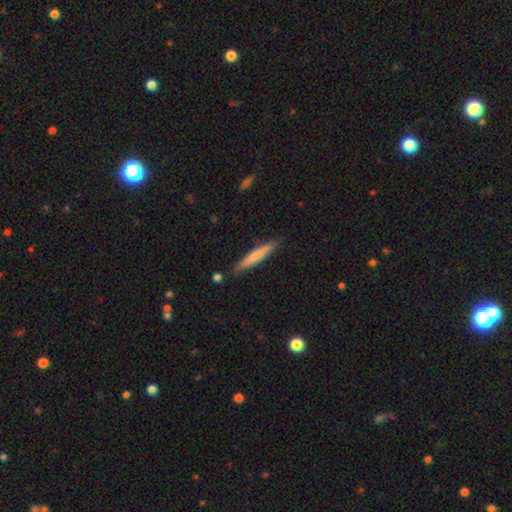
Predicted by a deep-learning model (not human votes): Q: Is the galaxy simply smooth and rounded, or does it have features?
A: smooth — 64%.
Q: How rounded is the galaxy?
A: cigar-shaped — 93%.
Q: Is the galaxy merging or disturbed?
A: none — 85%.